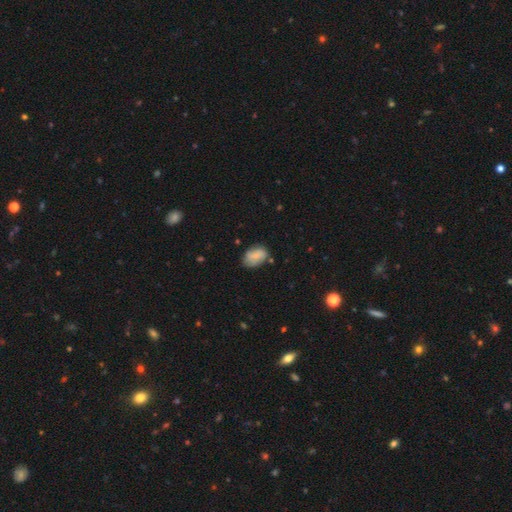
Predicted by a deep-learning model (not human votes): This appears to be a smooth galaxy with no disk features (72%) that is in between round and cigar-shaped (85%). Merging: none (62%).